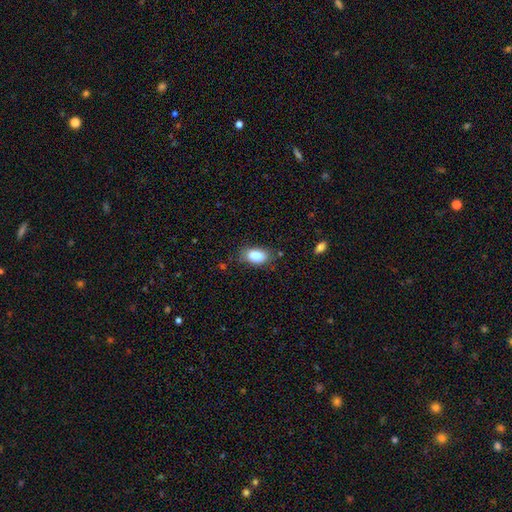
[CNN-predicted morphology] Smooth or featured?
  - smooth: 85% *
  - star or artifact: 8%
  - featured or disk: 7%
How rounded?
  - in between: 90% *
  - round: 7%
  - cigar-shaped: 3%
Merging?
  - none: 80% *
  - minor disturbance: 15%
  - major disturbance: 4%
  - merger: 2%